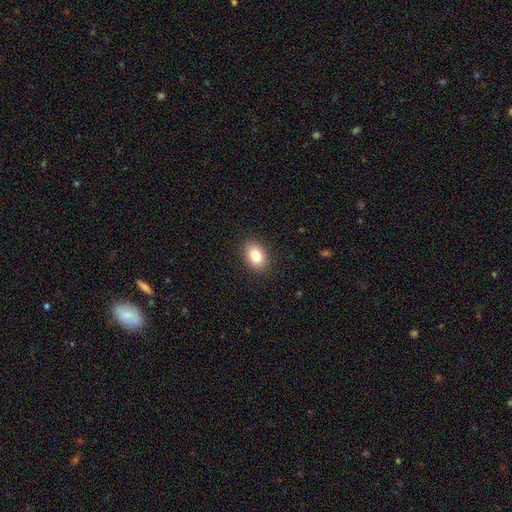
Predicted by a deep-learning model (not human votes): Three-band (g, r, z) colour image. It shows a smooth galaxy with no disk features (84%) that is in between round and cigar-shaped (83%). Merging: none (89%).